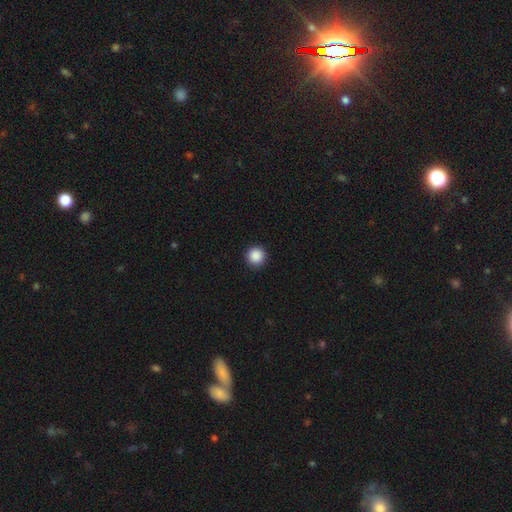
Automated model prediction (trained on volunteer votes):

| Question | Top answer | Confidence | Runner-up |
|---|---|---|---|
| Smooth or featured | smooth | 89% | star or artifact (9%) |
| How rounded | round | 96% | in between (3%) |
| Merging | none | 93% | minor disturbance (5%) |